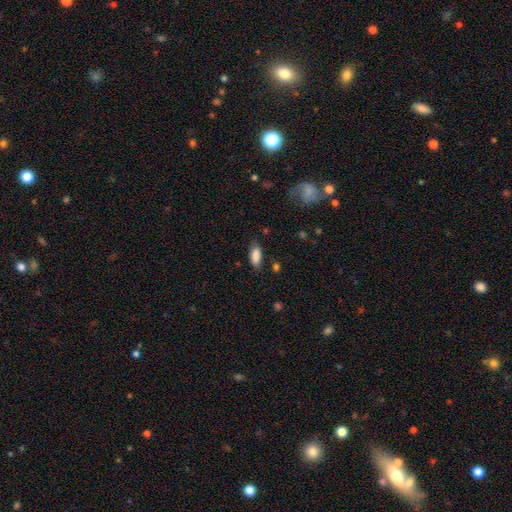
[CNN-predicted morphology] Smooth or featured: smooth — 86% (star or artifact — 7%)
How rounded: in between — 83% (cigar-shaped — 15%)
Merging: none — 78% (minor disturbance — 17%)